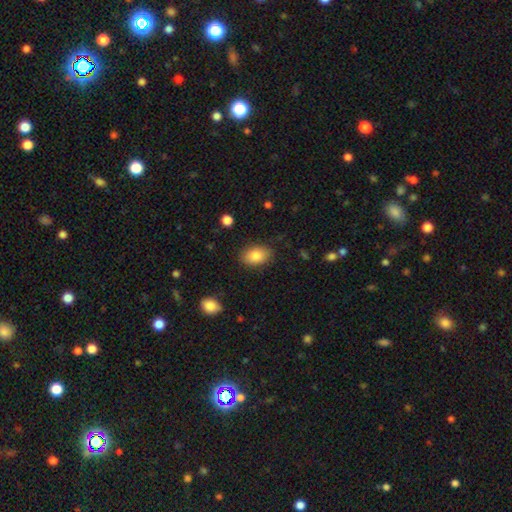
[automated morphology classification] smooth-or-featured: smooth: 84% | featured or disk: 8% | star or artifact: 8%
  how-rounded: in between: 82% | round: 16% | cigar-shaped: 1%
  merging: none: 85% | minor disturbance: 11% | major disturbance: 3% | merger: 1%